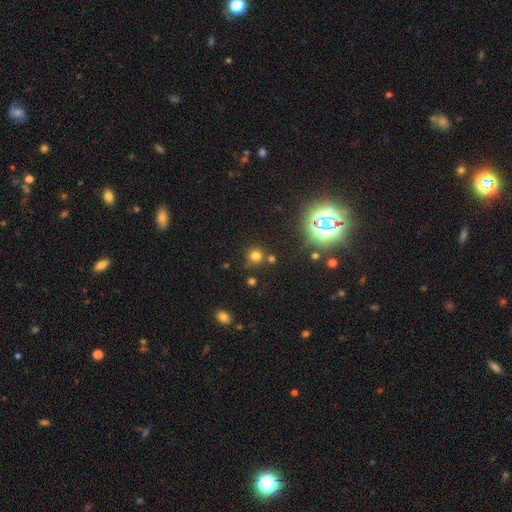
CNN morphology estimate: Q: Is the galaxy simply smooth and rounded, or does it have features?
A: smooth — 67%.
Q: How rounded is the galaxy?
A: round — 90%.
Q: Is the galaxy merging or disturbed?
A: none — 76%.